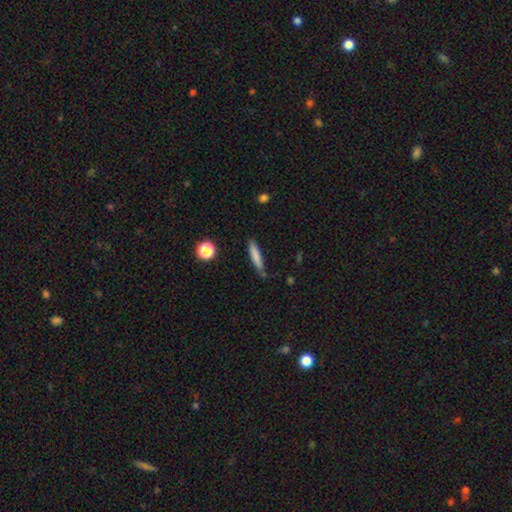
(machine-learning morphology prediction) smooth-or-featured: smooth: 78% | featured or disk: 14% | star or artifact: 8%
  how-rounded: cigar-shaped: 88% | in between: 10% | round: 2%
  merging: none: 78% | minor disturbance: 15% | merger: 4% | major disturbance: 3%